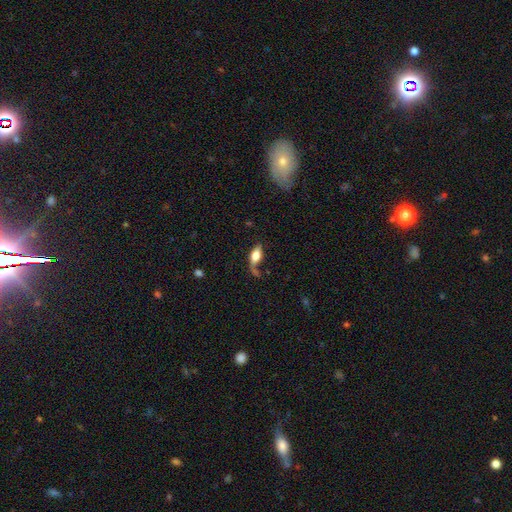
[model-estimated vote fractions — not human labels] smooth-or-featured: smooth: 67% | featured or disk: 25% | star or artifact: 8%
  how-rounded: in between: 81% | cigar-shaped: 14% | round: 5%
  merging: none: 45% | minor disturbance: 25% | major disturbance: 19% | merger: 12%